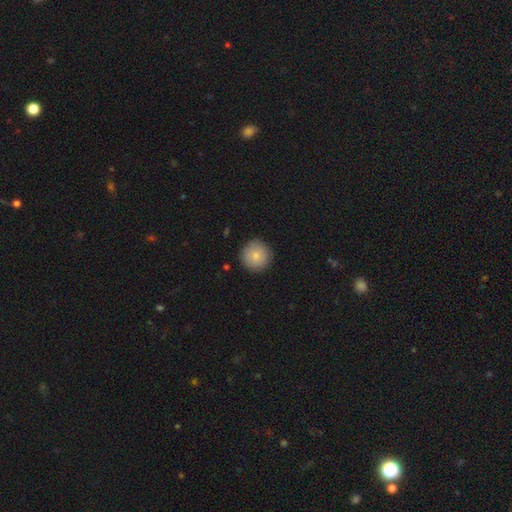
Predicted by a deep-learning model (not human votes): Smooth or featured?
  - smooth: 83% *
  - featured or disk: 10%
  - star or artifact: 7%
How rounded?
  - round: 96% *
  - in between: 3%
  - cigar-shaped: 1%
Merging?
  - none: 90% *
  - minor disturbance: 7%
  - major disturbance: 2%
  - merger: 1%